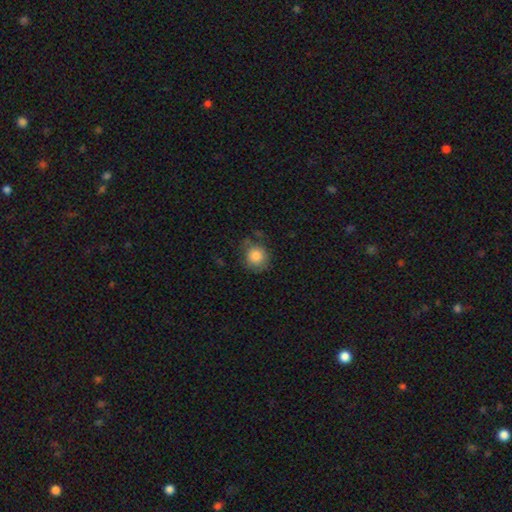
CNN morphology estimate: Overall: smooth (84%). How rounded: round (85%). Merging: none (64%; minor disturbance 24%).